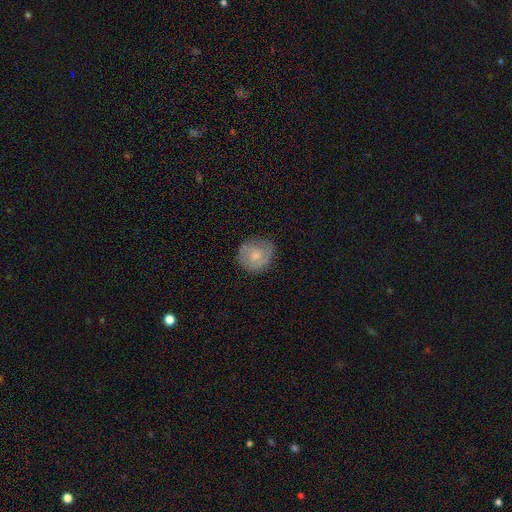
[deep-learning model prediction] Smooth or featured? Predicted: smooth (p=0.55). How rounded? Predicted: round (p=0.88). Merging? Predicted: none (p=0.76).